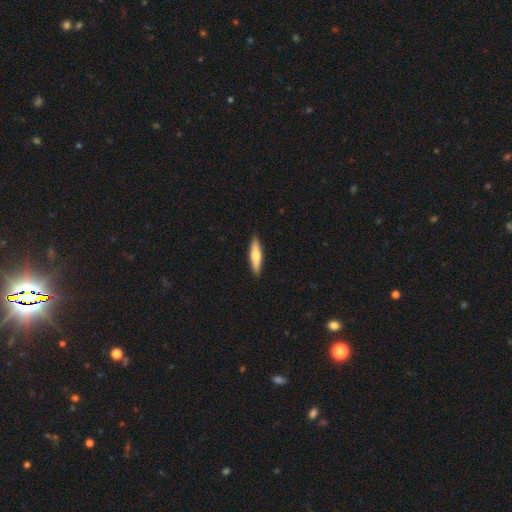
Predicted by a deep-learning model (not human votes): Morphology: type=smooth (61%); roundness=cigar-shaped (80%); merging=none (91%).